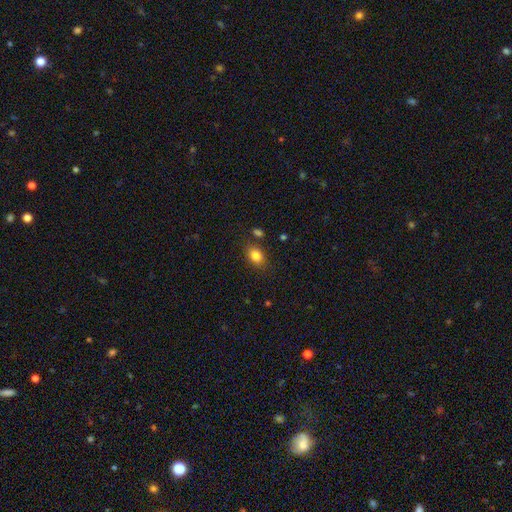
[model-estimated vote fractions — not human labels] Smooth or featured: smooth — 83% (star or artifact — 9%)
How rounded: in between — 75% (round — 23%)
Merging: none — 78% (minor disturbance — 13%)